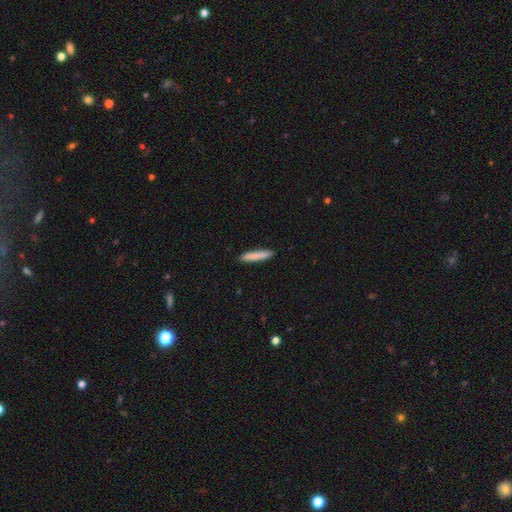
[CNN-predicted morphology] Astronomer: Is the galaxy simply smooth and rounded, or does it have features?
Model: smooth — 84%.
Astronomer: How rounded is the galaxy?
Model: cigar-shaped — 92%.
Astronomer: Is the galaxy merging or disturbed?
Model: none — 90%.